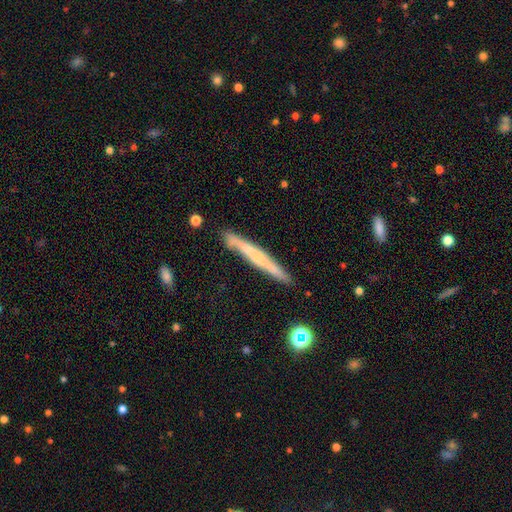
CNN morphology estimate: featured or disk 57%, smooth 35%, star or artifact 7%. Down the decision tree: edge-on disk — yes (94%); edge-on bulge — none (52%); merging — none (84%).